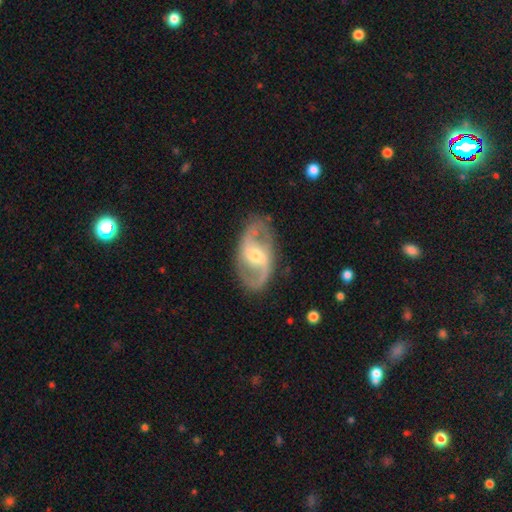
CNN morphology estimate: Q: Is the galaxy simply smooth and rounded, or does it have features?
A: featured or disk — 85%.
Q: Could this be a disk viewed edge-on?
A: no — 96%.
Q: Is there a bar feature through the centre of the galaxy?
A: weak — 47%.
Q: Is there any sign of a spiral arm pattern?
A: yes — 91%.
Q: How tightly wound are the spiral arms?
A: medium — 50%.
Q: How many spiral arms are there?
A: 2 — 91%.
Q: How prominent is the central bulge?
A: moderate — 51%.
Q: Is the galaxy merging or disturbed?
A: none — 83%.